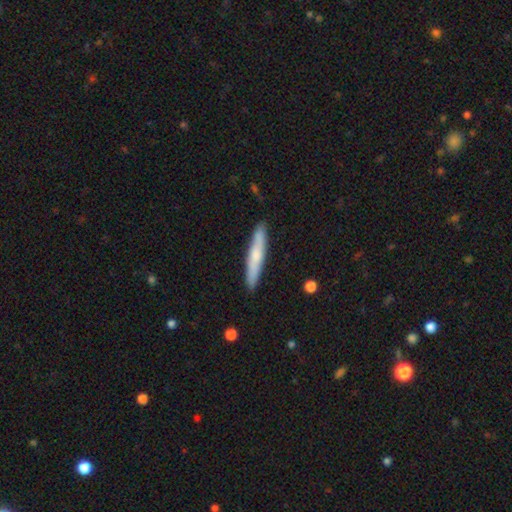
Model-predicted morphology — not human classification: smooth_or_featured: smooth (p=0.61) [alt: featured or disk p=0.34]
how_rounded: cigar-shaped (p=0.93) [alt: in between p=0.06]
merging: none (p=0.89) [alt: minor disturbance p=0.08]